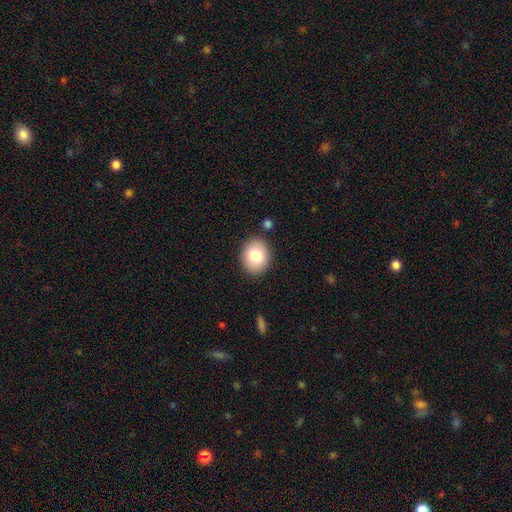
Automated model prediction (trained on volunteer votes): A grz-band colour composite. It shows a smooth galaxy with no disk features (80%) that is round (57%). Merging: none (87%).